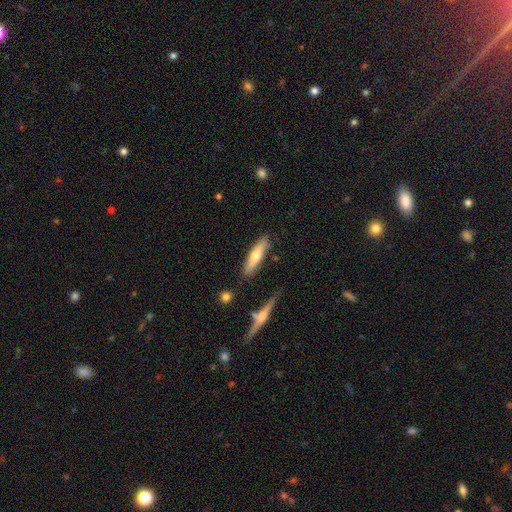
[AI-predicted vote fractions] This appears to be a smooth galaxy with no disk features (60%) that is cigar-shaped (72%). Merging: none (81%).